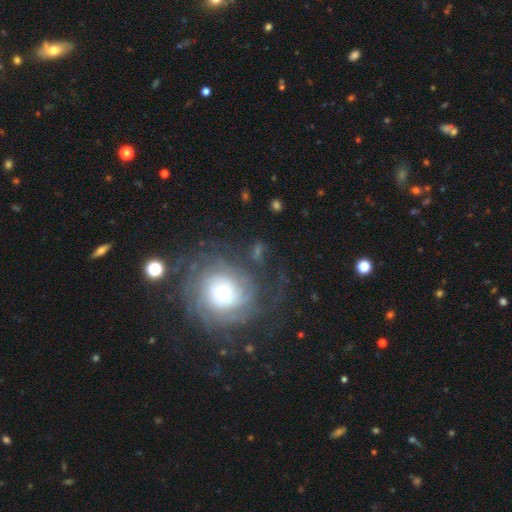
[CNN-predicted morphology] A featured or disk galaxy (75%) with no bar (76%), tight (70%) spiral arms (92%) and a moderate central bulge (42%). Merging: none (71%).